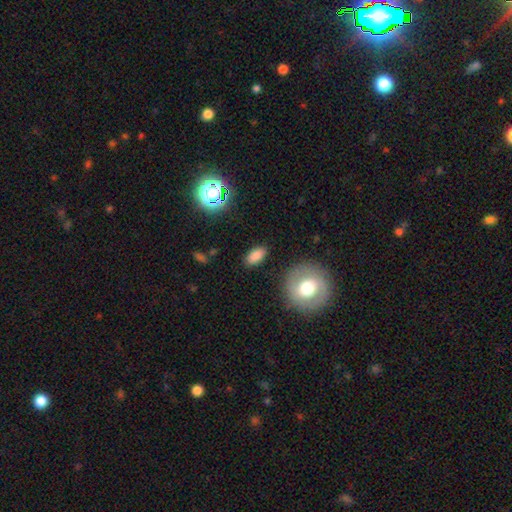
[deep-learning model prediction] Smooth or featured? smooth (83%)
How rounded? in between (88%)
Merging? none (86%)